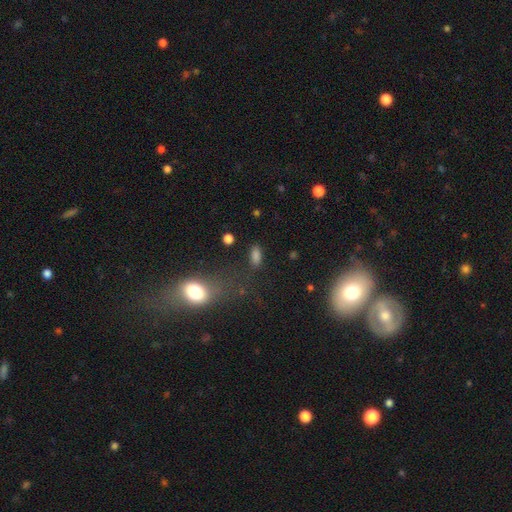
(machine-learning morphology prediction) Smooth or featured? Predicted: smooth (p=0.80). How rounded? Predicted: in between (p=0.81). Merging? Predicted: none (p=0.75).